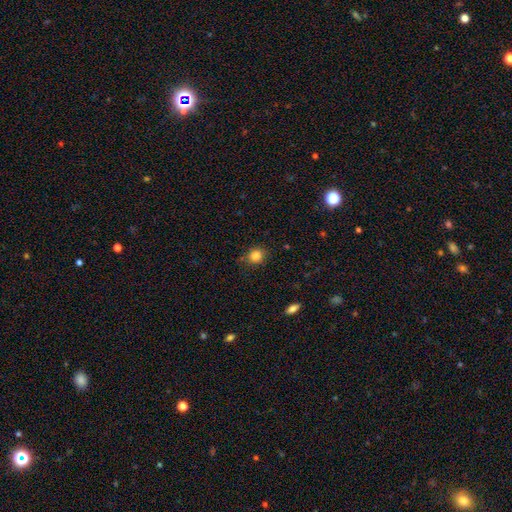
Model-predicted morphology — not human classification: This appears to be a smooth galaxy with no disk features (84%) that is round (83%). Merging: none (83%).